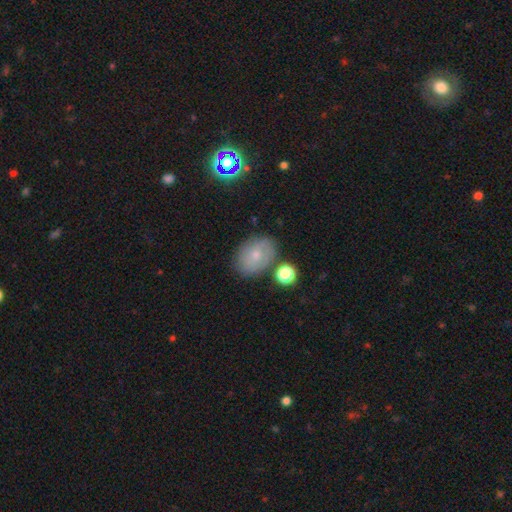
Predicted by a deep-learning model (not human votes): Smooth or featured? smooth (65%)
How rounded? in between (73%)
Merging? none (75%)